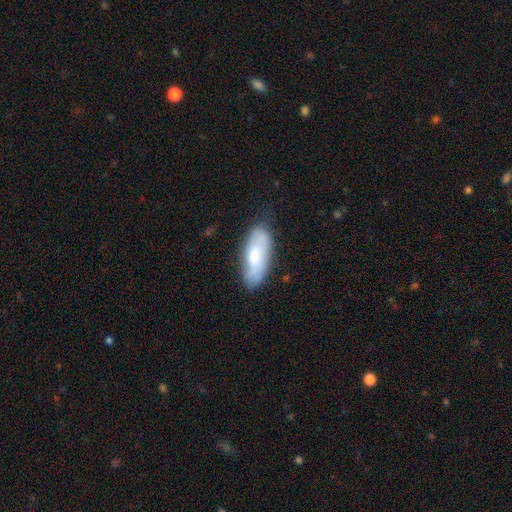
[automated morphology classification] This appears to be a smooth galaxy with no disk features (68%) that is in between round and cigar-shaped (76%). Merging: none (72%).